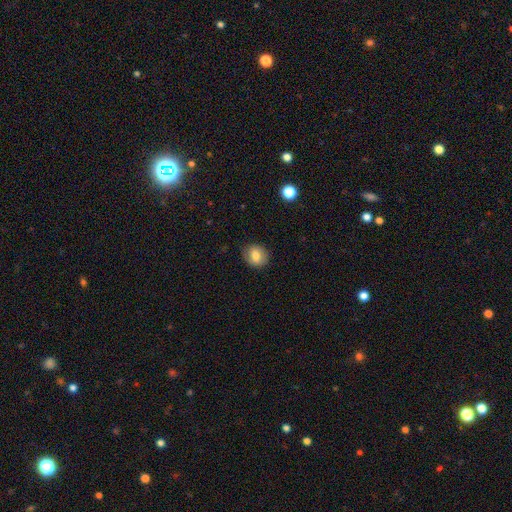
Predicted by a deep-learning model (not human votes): Smooth or featured? Predicted: smooth (p=0.76). How rounded? Predicted: round (p=0.70). Merging? Predicted: none (p=0.82).